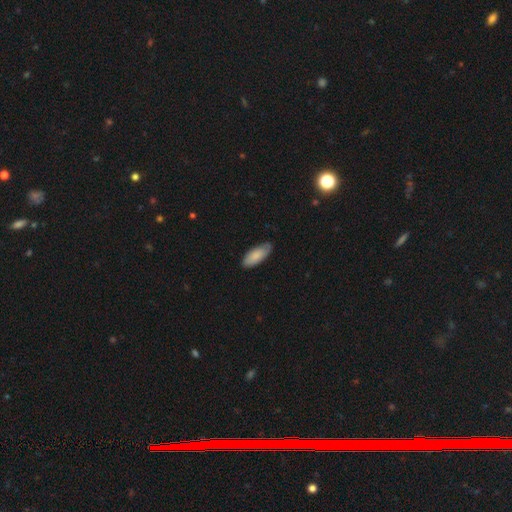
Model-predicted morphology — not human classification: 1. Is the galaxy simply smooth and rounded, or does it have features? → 84% smooth, 11% featured or disk, 5% star or artifact.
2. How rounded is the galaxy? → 80% in between, 18% cigar-shaped, 1% round.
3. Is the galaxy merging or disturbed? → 79% none, 18% minor disturbance, 3% major disturbance, 1% merger.